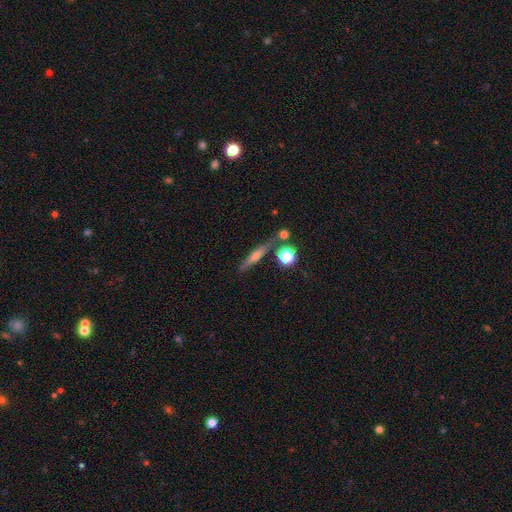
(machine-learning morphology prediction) The model was most divided on "smooth or featured": featured or disk: 53%, smooth: 36%, star or artifact: 11%. More confident: edge-on disk — yes (92%); merging — none (73%).